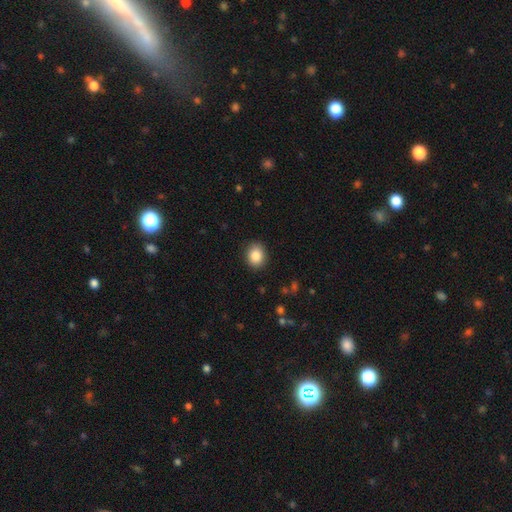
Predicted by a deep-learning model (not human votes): smooth-or-featured: smooth: 86% | star or artifact: 8% | featured or disk: 5%
  how-rounded: round: 61% | in between: 38% | cigar-shaped: 1%
  merging: none: 89% | minor disturbance: 8% | major disturbance: 2% | merger: 1%